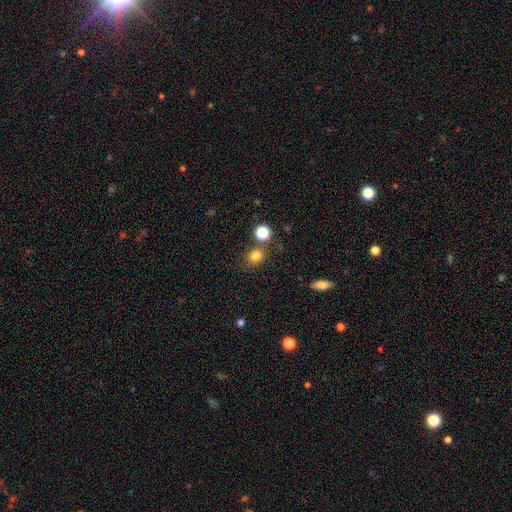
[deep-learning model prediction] smooth-or-featured: smooth: 80% | star or artifact: 14% | featured or disk: 6%
  how-rounded: round: 72% | in between: 27% | cigar-shaped: 1%
  merging: none: 75% | merger: 12% | minor disturbance: 10% | major disturbance: 3%